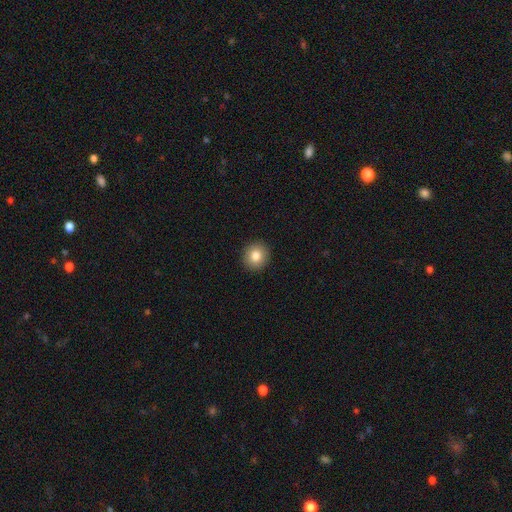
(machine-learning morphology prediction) smooth_or_featured: smooth (p=0.83) [alt: star or artifact p=0.09]
how_rounded: round (p=0.88) [alt: in between p=0.11]
merging: none (p=0.92) [alt: minor disturbance p=0.05]